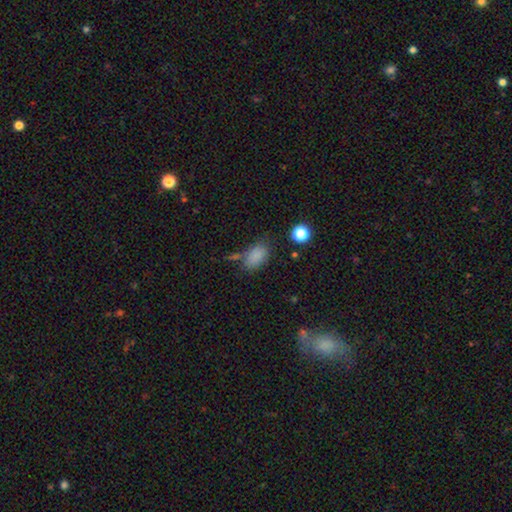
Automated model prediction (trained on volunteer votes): Smooth or featured? smooth (83%)
How rounded? in between (89%)
Merging? none (64%)